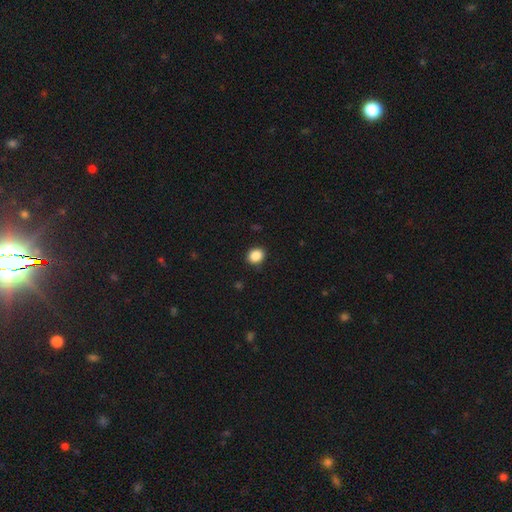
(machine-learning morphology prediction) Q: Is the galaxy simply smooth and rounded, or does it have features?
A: smooth — 88%.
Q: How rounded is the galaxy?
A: round — 62%.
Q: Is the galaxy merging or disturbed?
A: none — 89%.